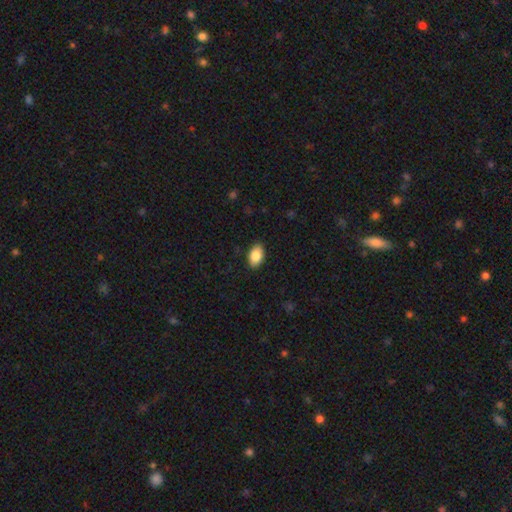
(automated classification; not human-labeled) The model was most divided on "smooth or featured": smooth: 86%, star or artifact: 7%, featured or disk: 7%. More confident: how rounded — in between (92%); merging — none (88%).